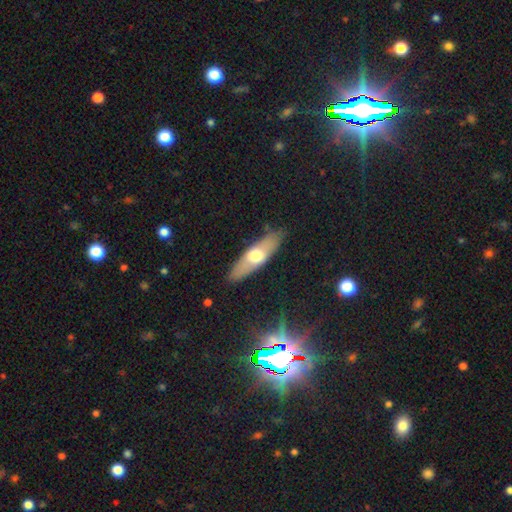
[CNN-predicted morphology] A smooth galaxy with no disk features (53%) that is cigar-shaped (56%). Merging: none (85%).